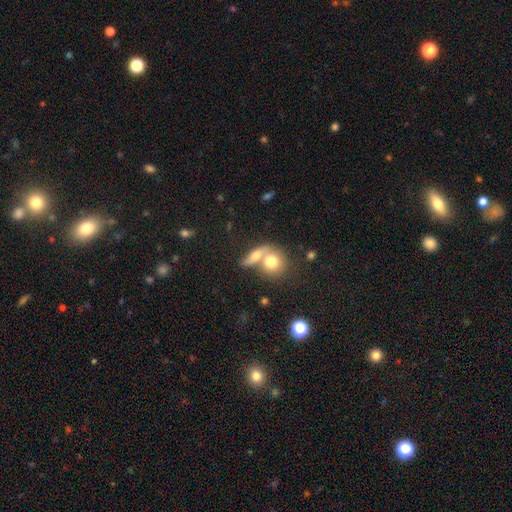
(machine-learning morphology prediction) Overall: smooth (64%; featured or disk 27%). How rounded: in between (47%; round 36%). Merging: merger (56%; none 29%).